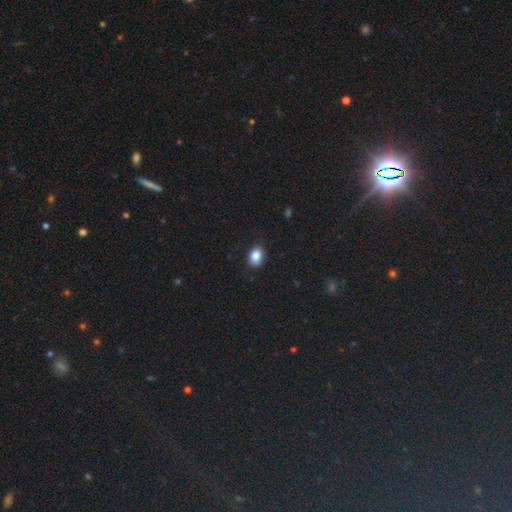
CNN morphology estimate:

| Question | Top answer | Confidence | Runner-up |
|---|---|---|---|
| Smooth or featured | smooth | 84% | star or artifact (10%) |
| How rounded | in between | 65% | round (34%) |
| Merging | none | 86% | minor disturbance (11%) |